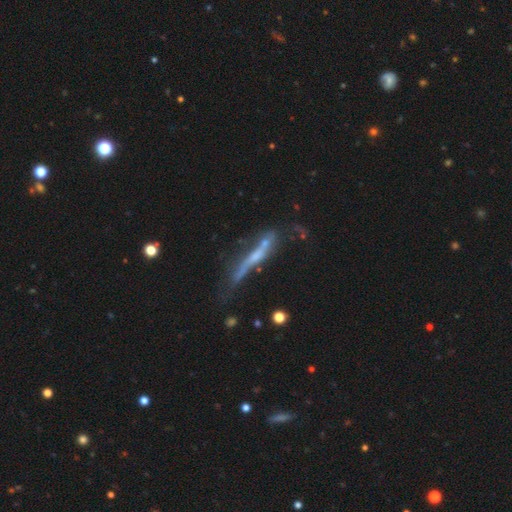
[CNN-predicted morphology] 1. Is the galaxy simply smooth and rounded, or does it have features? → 65% featured or disk, 25% smooth, 10% star or artifact.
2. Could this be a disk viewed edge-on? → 79% yes, 21% no.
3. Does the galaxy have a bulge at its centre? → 58% none, 30% rounded, 12% boxy.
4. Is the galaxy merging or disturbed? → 43% none, 25% minor disturbance, 20% major disturbance, 12% merger.